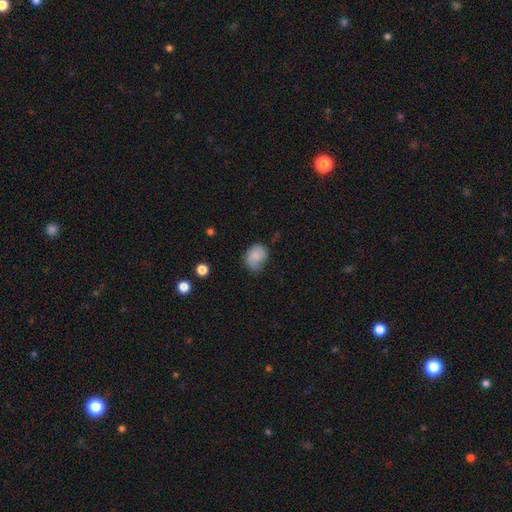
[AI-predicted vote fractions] Morphology: type=smooth (76%); roundness=in between (52%); merging=none (46%).